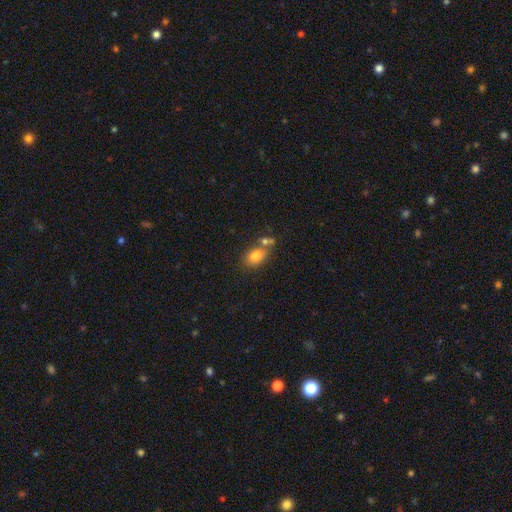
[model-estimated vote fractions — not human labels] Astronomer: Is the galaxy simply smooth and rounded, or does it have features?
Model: smooth — 79%.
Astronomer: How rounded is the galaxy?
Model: in between — 77%.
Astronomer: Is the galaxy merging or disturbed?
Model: none — 52% (runner-up: merger, 29%).